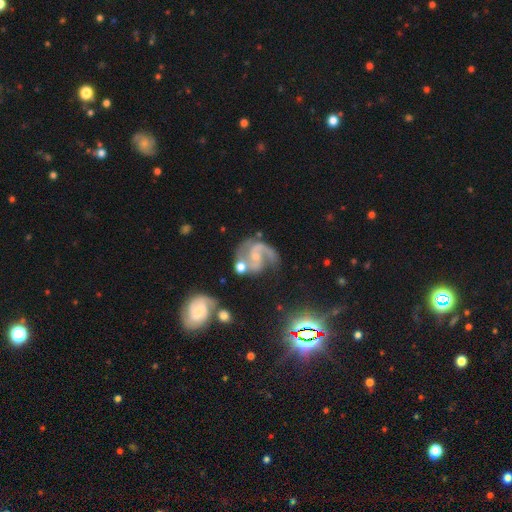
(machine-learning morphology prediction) Smooth or featured: featured or disk — 88% (star or artifact — 7%)
Edge-on disk: no — 98% (yes — 2%)
Bar: no — 49% (weak — 39%)
Spiral arms: yes — 97% (no — 3%)
Spiral winding: medium — 57% (loose — 25%)
Spiral arm count: 2 — 83% (1 — 7%)
Bulge size: small — 67% (moderate — 23%)
Merging: none — 50% (minor disturbance — 20%)